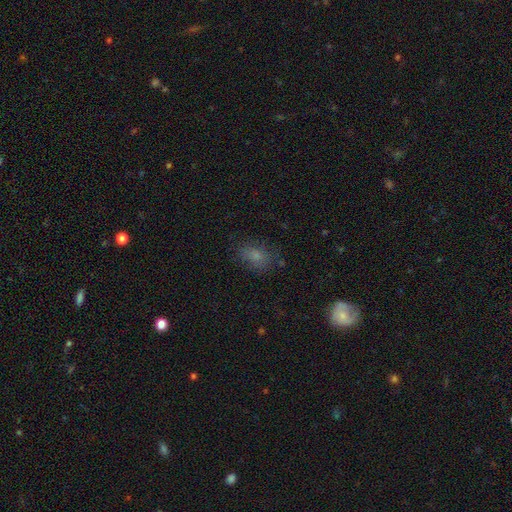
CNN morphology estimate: A smooth galaxy with no disk features (75%) that is in between round and cigar-shaped (77%).

Vote fractions:
- Smooth or featured? smooth: 75% / star or artifact: 14% / featured or disk: 11%
- How rounded? in between: 77% / round: 20% / cigar-shaped: 2%
- Merging? none: 70% / minor disturbance: 20% / major disturbance: 7% / merger: 3%